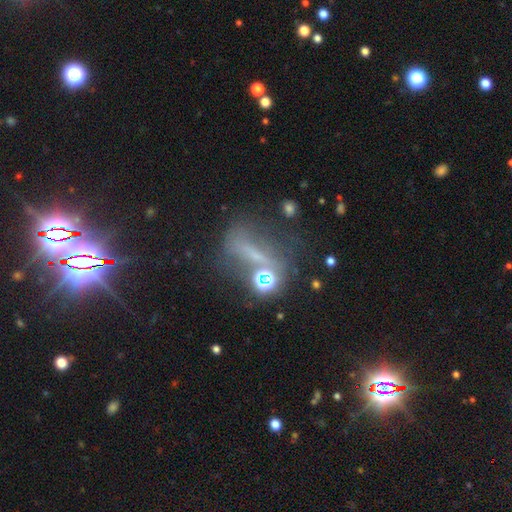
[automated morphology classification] Smooth or featured? Predicted: star or artifact (p=0.43).